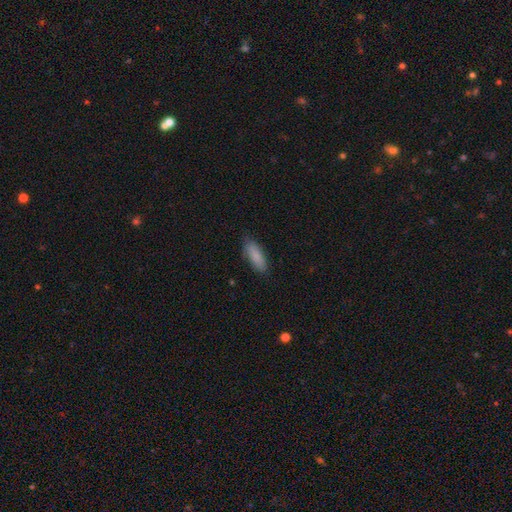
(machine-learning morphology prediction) Q: Smooth or featured?
A: smooth (86%); runner-up: featured or disk (7%)
Q: How rounded?
A: in between (68%); runner-up: cigar-shaped (30%)
Q: Merging?
A: none (79%); runner-up: minor disturbance (16%)